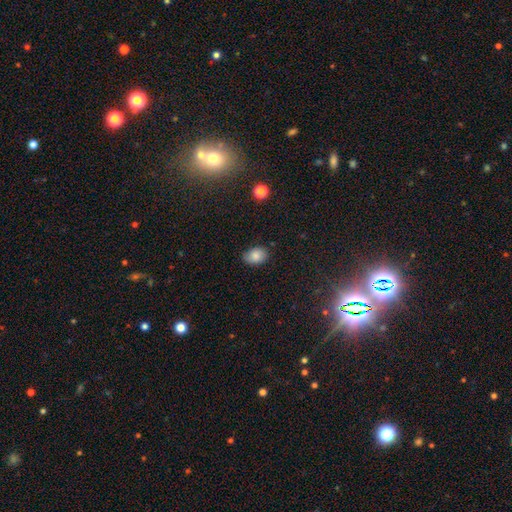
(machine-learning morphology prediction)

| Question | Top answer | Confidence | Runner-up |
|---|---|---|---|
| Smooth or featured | smooth | 84% | star or artifact (9%) |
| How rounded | in between | 76% | round (23%) |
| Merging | none | 80% | minor disturbance (16%) |